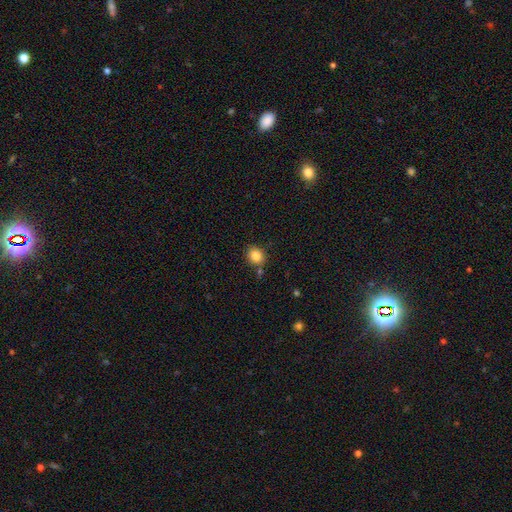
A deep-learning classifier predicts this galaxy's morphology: Smooth or featured: smooth — 85% (star or artifact — 10%)
How rounded: round — 74% (in between — 25%)
Merging: none — 78% (minor disturbance — 11%)